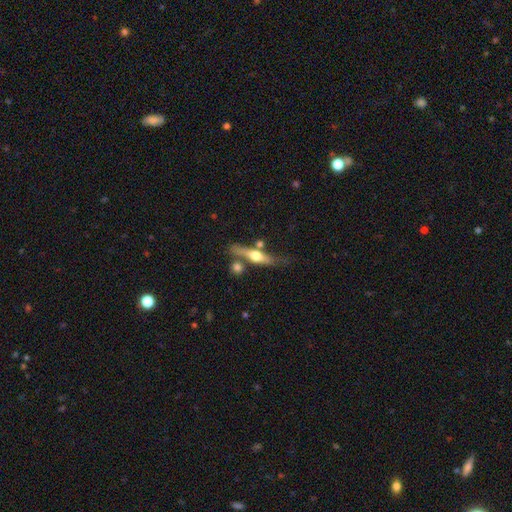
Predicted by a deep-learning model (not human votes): This is likely a featured or disk galaxy (63%). It is clearly viewed edge-on (93%). Edge-on bulge: clearly rounded (94%). Merging: likely none (63%).